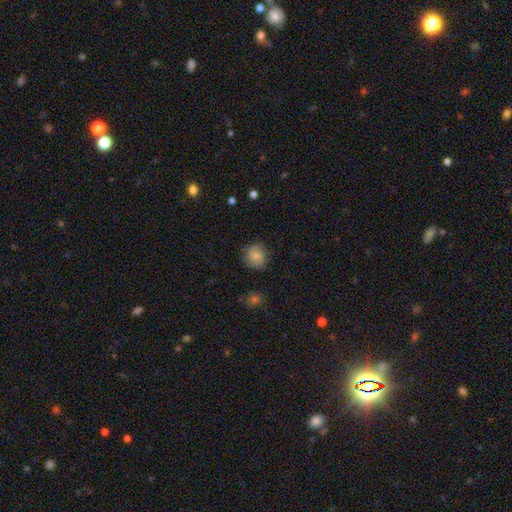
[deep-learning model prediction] Smooth or featured?
  - smooth: 77% *
  - featured or disk: 14%
  - star or artifact: 9%
How rounded?
  - round: 80% *
  - in between: 19%
  - cigar-shaped: 1%
Merging?
  - none: 75% *
  - minor disturbance: 19%
  - major disturbance: 5%
  - merger: 1%